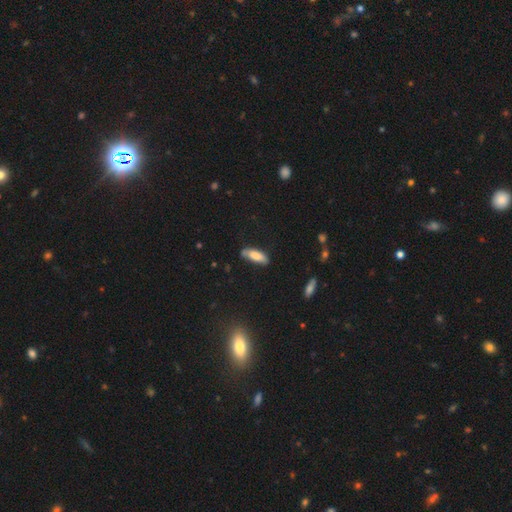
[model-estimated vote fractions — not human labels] smooth_or_featured: smooth (p=0.79) [alt: featured or disk p=0.14]
how_rounded: in between (p=0.65) [alt: cigar-shaped p=0.33]
merging: none (p=0.61) [alt: minor disturbance p=0.29]